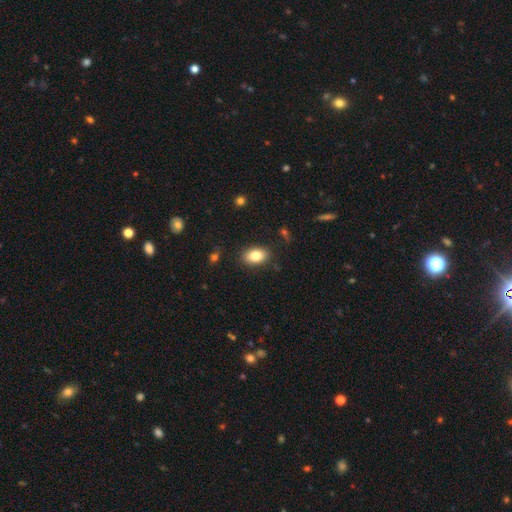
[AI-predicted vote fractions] Morphology: type=smooth (82%); roundness=in between (88%); merging=none (86%).